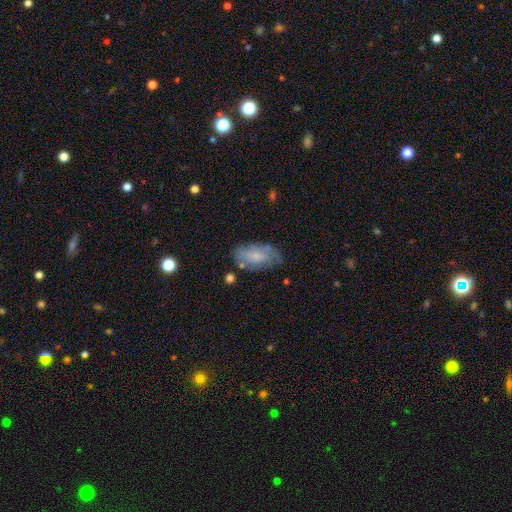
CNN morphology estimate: The model was most divided on "smooth or featured": smooth: 59%, featured or disk: 34%, star or artifact: 7%. More confident: how rounded — in between (92%); merging — none (61%).